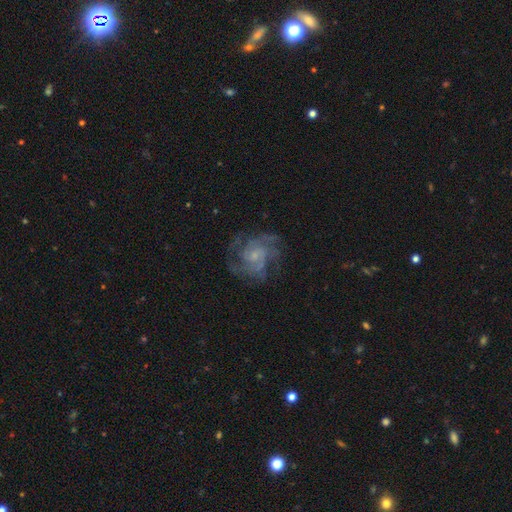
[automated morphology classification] This is clearly a featured or disk galaxy (80%). It is clearly not viewed edge-on (98%). Bar: likely no (69%). Spiral arm pattern: clearly yes (92%). Spiral arm count: marginally can't tell (28%). Spiral winding: possibly medium (46%). Central bulge: likely small (61%). Merging: likely none (66%).